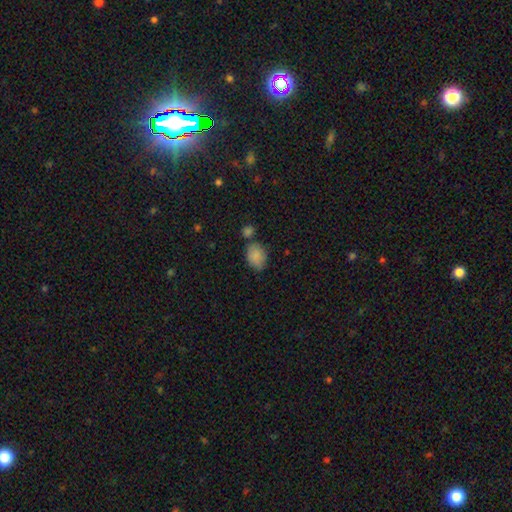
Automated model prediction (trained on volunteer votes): Overall: smooth (85%). How rounded: in between (70%). Merging: none (60%; minor disturbance 22%).